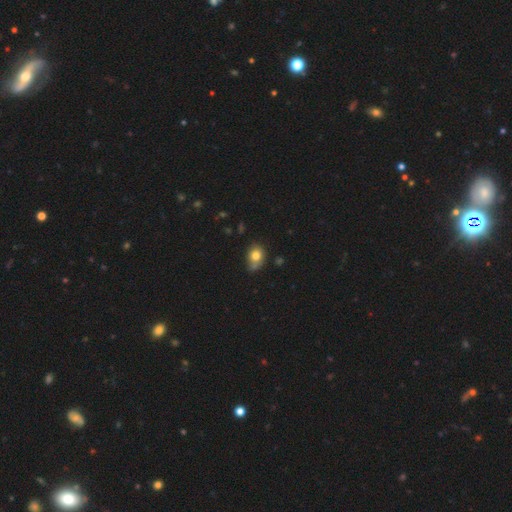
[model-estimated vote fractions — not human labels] Smooth or featured?
  - smooth: 79% *
  - featured or disk: 11%
  - star or artifact: 10%
How rounded?
  - round: 51% *
  - in between: 48%
  - cigar-shaped: 1%
Merging?
  - none: 53% *
  - minor disturbance: 30%
  - merger: 9%
  - major disturbance: 8%